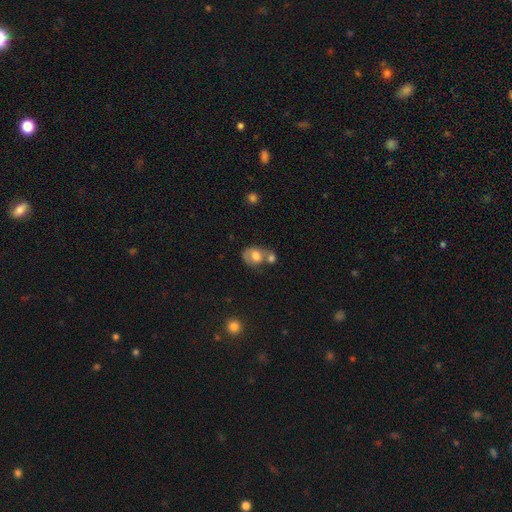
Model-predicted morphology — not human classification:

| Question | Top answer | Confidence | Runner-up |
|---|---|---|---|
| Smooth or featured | smooth | 60% | featured or disk (31%) |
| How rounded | in between | 57% | round (41%) |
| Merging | merger | 47% | none (28%) |